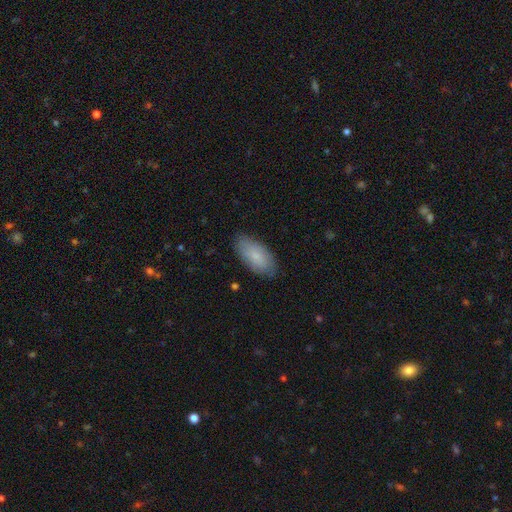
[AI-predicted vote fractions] A smooth galaxy with no disk features (77%) that is in between round and cigar-shaped (92%).

Vote fractions:
- Smooth or featured? smooth: 77% / featured or disk: 17% / star or artifact: 6%
- How rounded? in between: 92% / cigar-shaped: 5% / round: 2%
- Merging? none: 82% / minor disturbance: 14% / major disturbance: 3% / merger: 1%